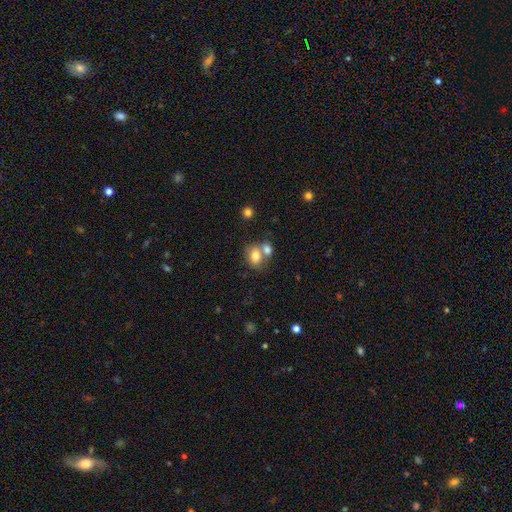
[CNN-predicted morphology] The model was most divided on "merging": merger: 48%, none: 39%, minor disturbance: 9%, major disturbance: 4%. More confident: smooth or featured — smooth (77%); how rounded — in between (54%).